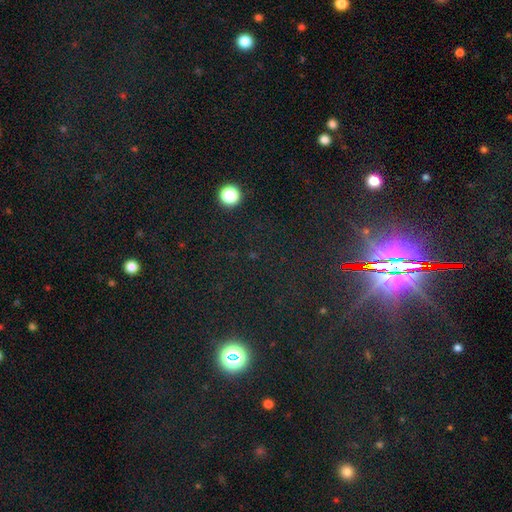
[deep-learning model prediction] Smooth or featured? Predicted: star or artifact (p=0.82).